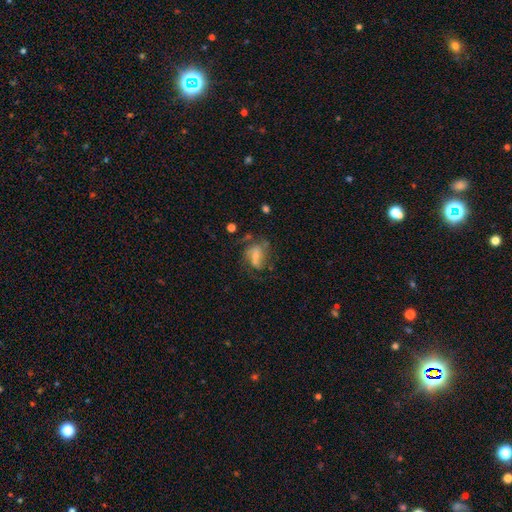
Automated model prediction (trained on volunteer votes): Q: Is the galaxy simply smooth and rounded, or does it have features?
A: featured or disk — 55%.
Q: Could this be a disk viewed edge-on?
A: no — 96%.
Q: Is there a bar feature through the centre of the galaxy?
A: weak — 40%, tied with no.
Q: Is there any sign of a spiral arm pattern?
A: yes — 67%.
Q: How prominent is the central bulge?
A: small — 44%.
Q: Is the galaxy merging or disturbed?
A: none — 39%.